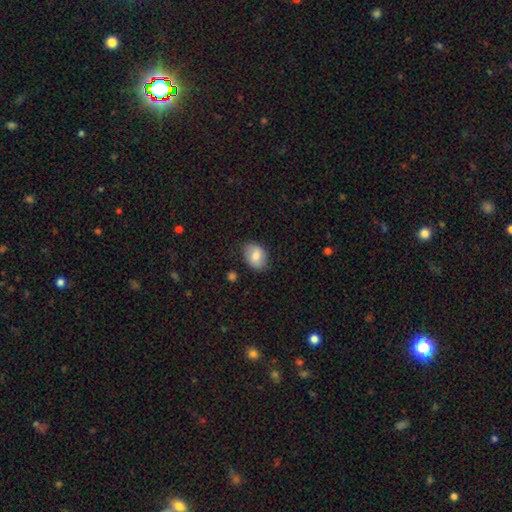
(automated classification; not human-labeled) Smooth or featured: smooth — 77% (featured or disk — 16%)
How rounded: in between — 71% (round — 28%)
Merging: none — 79% (minor disturbance — 16%)